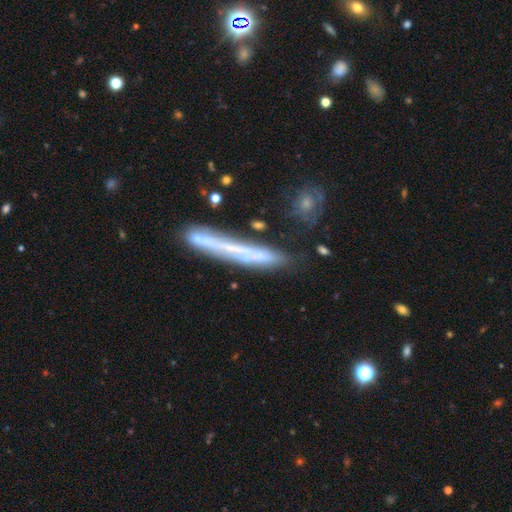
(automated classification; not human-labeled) smooth-or-featured: featured or disk: 48% | smooth: 43% | star or artifact: 9%
  merging: none: 66% | minor disturbance: 19% | merger: 8% | major disturbance: 7%